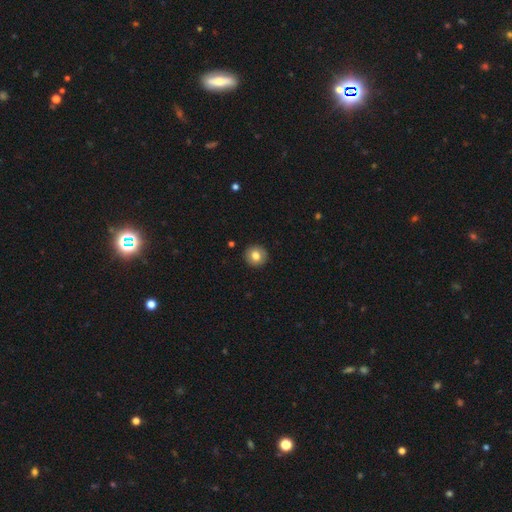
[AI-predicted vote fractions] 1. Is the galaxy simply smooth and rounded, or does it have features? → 80% smooth, 12% featured or disk, 9% star or artifact.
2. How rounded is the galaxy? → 92% round, 7% in between, 1% cigar-shaped.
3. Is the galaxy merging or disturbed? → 91% none, 6% minor disturbance, 2% major disturbance, 1% merger.